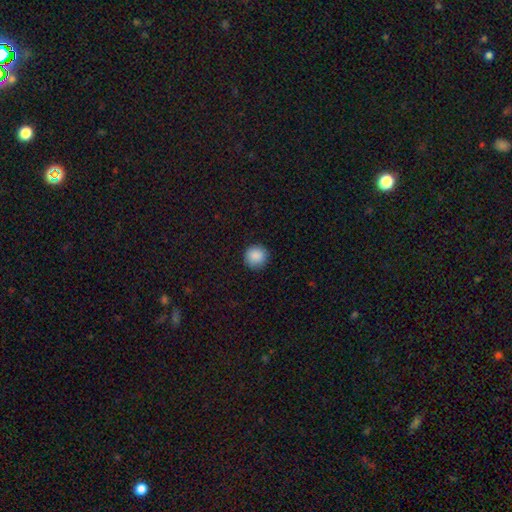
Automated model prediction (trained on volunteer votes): smooth-or-featured: smooth: 89% | star or artifact: 8% | featured or disk: 3%
  how-rounded: round: 95% | in between: 4% | cigar-shaped: 1%
  merging: none: 90% | minor disturbance: 7% | major disturbance: 2% | merger: 1%